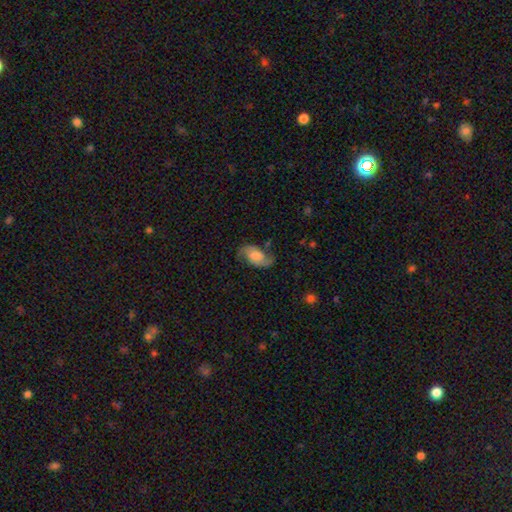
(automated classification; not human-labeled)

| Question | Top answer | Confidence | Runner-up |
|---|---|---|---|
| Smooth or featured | featured or disk | 77% | smooth (17%) |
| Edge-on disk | no | 97% | yes (3%) |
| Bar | no | 56% | weak (35%) |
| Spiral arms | yes | 95% | no (5%) |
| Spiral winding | medium | 45% | loose (39%) |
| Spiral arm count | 2 | 92% | can't tell (3%) |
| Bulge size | large | 28% | moderate (27%) |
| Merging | none | 74% | minor disturbance (17%) |